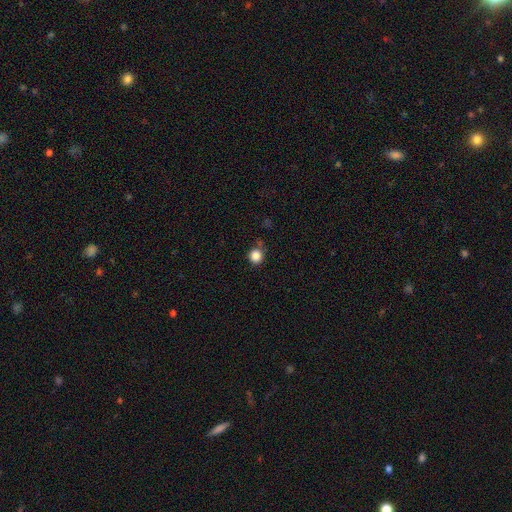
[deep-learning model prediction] This is clearly a smooth galaxy (85%). How rounded: clearly round (93%). Merging: likely none (74%).